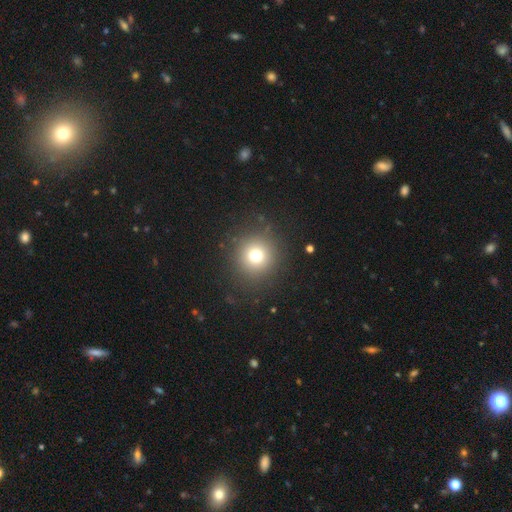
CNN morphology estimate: Smooth or featured?
  - smooth: 73% *
  - star or artifact: 17%
  - featured or disk: 10%
How rounded?
  - round: 94% *
  - in between: 5%
  - cigar-shaped: 1%
Merging?
  - none: 88% *
  - minor disturbance: 7%
  - major disturbance: 4%
  - merger: 1%